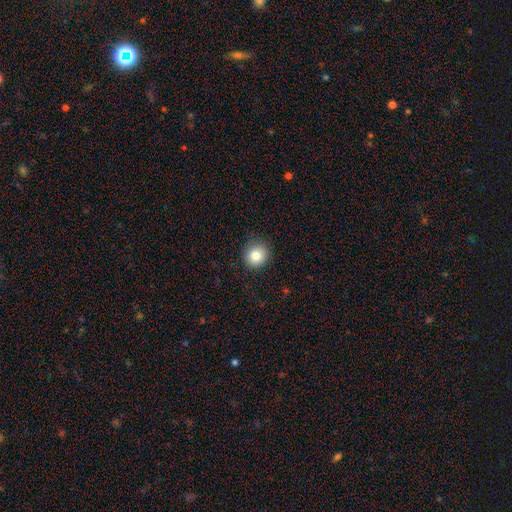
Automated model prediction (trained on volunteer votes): This is clearly a smooth galaxy (83%). How rounded: clearly round (90%). Merging: clearly none (89%).